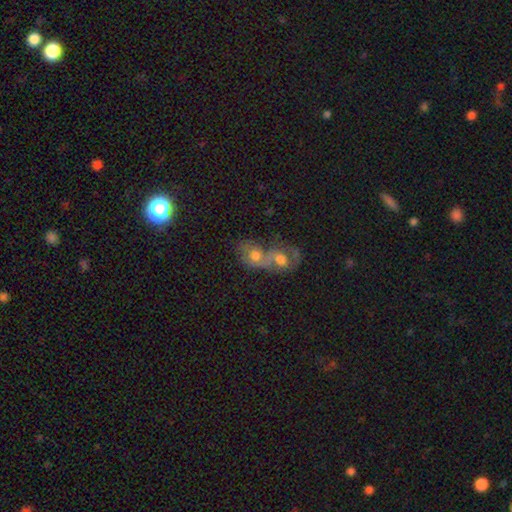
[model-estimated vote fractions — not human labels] Smooth or featured?
  - smooth: 46% *
  - featured or disk: 37%
  - star or artifact: 18%
Merging?
  - merger: 76% *
  - none: 14%
  - major disturbance: 5%
  - minor disturbance: 5%